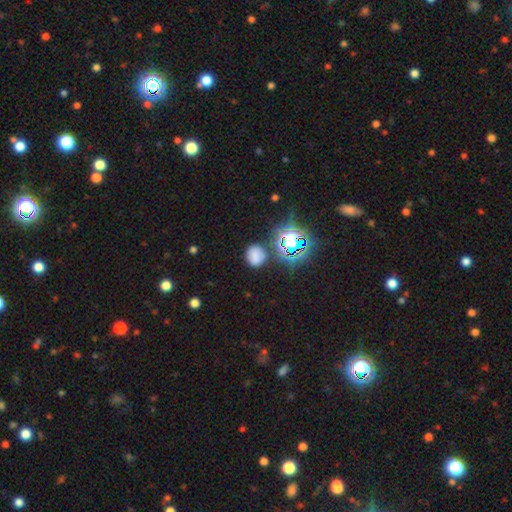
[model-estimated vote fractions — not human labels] A smooth galaxy with no disk features (63%) that is round (68%). Merging: none (72%).